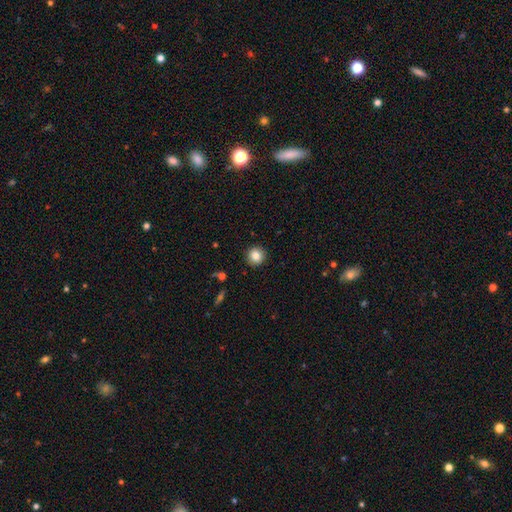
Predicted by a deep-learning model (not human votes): Smooth or featured? smooth (84%)
How rounded? round (93%)
Merging? none (92%)